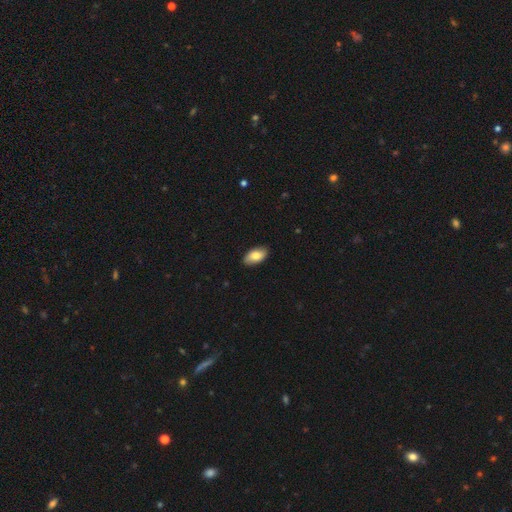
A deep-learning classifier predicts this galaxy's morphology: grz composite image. It shows a smooth galaxy with no disk features (78%) that is in between round and cigar-shaped (94%). Merging: none (87%).